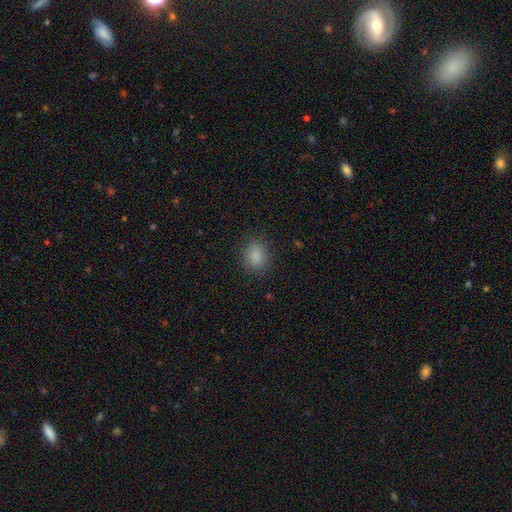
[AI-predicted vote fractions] Q: Smooth or featured?
A: smooth (86%); runner-up: star or artifact (10%)
Q: How rounded?
A: round (57%); runner-up: in between (42%)
Q: Merging?
A: none (85%); runner-up: minor disturbance (10%)